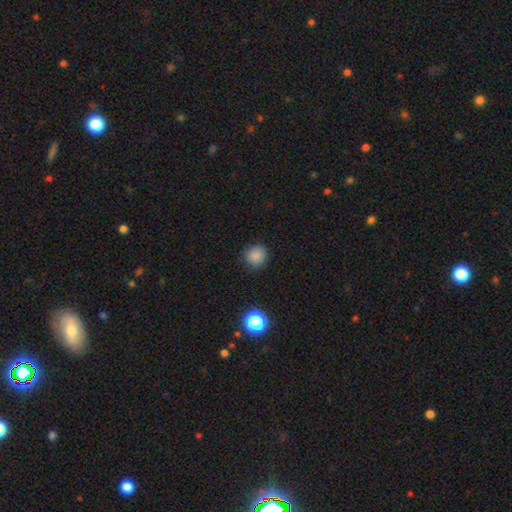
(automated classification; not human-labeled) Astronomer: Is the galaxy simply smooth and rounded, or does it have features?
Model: smooth — 84%.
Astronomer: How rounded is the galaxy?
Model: round — 89%.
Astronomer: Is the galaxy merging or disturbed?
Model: none — 87%.